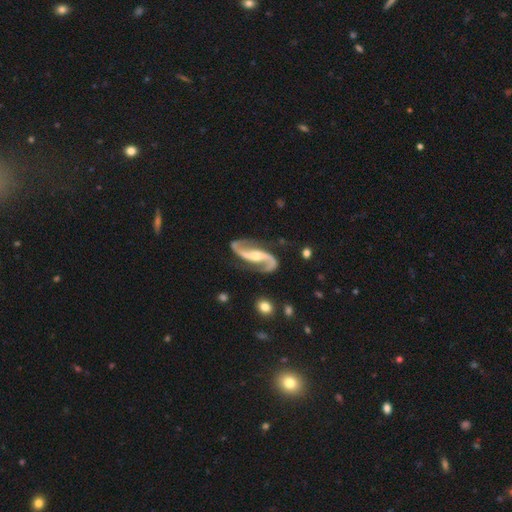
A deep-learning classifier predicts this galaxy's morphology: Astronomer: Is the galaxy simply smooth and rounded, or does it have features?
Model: featured or disk — 93%.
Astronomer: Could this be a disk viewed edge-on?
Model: no — 96%.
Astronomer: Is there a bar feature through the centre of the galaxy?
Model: strong — 41% (runner-up: weak, 31%).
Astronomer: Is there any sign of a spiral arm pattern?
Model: yes — 98%.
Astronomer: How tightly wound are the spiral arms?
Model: loose — 53% (runner-up: medium, 38%).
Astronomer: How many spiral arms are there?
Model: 2 — 95%.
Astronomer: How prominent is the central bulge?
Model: moderate — 52% (runner-up: small, 38%).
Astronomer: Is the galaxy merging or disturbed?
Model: none — 80%.